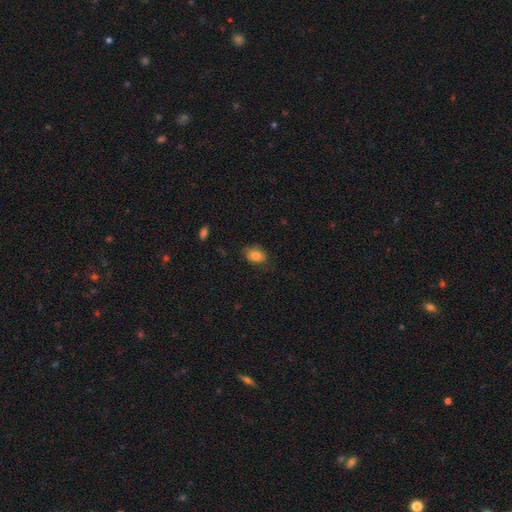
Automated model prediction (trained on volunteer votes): Smooth or featured? smooth (84%)
How rounded? in between (78%)
Merging? none (73%)